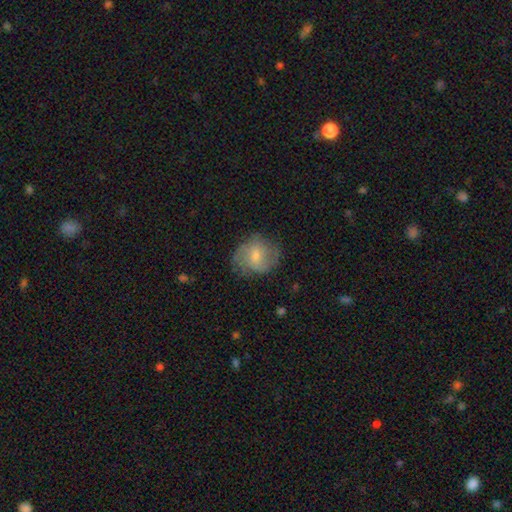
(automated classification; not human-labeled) A featured or disk galaxy (55%) with a weak bar (46%), spiral arms (83%) and a small central bulge (50%). Merging: none (71%).